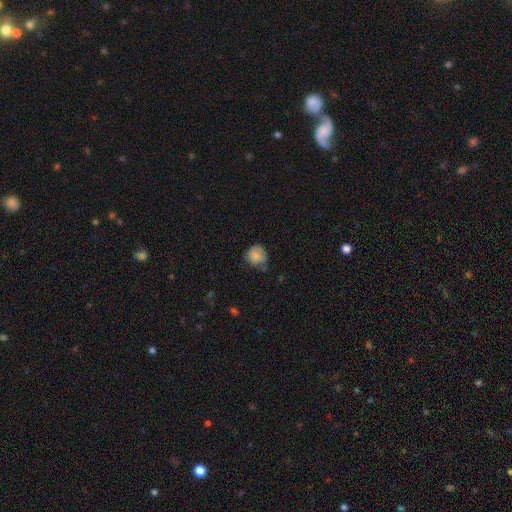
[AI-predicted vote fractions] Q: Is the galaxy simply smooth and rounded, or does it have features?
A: smooth — 79%.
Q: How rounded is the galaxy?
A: round — 76%.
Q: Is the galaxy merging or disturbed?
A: none — 48%.